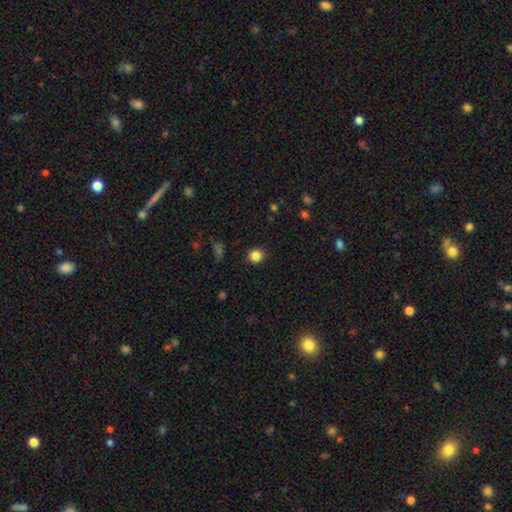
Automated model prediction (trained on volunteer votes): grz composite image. It shows a smooth galaxy with no disk features (84%) that is round (85%). Merging: none (90%).